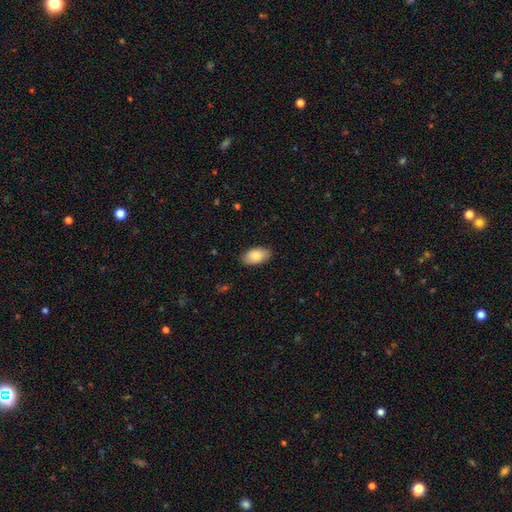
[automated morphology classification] Smooth or featured?
  - smooth: 85% *
  - featured or disk: 9%
  - star or artifact: 6%
How rounded?
  - in between: 95% *
  - round: 4%
  - cigar-shaped: 2%
Merging?
  - none: 86% *
  - minor disturbance: 11%
  - major disturbance: 2%
  - merger: 1%